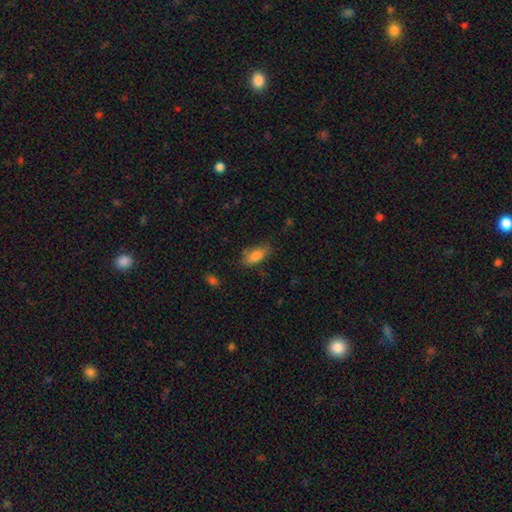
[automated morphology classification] smooth-or-featured: smooth: 82% | featured or disk: 10% | star or artifact: 8%
  how-rounded: in between: 83% | cigar-shaped: 14% | round: 3%
  merging: none: 71% | minor disturbance: 21% | major disturbance: 5% | merger: 3%